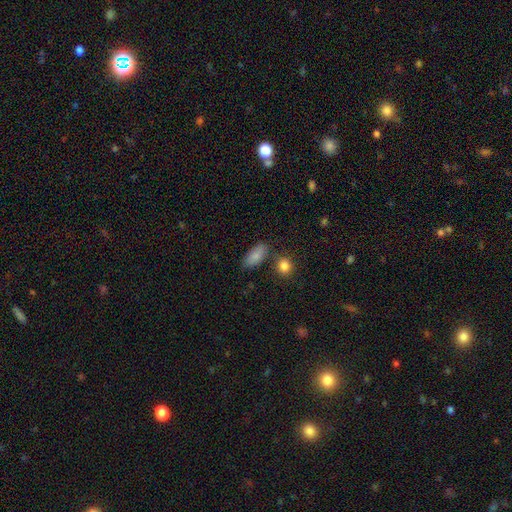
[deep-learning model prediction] Smooth or featured? Predicted: smooth (p=0.85). How rounded? Predicted: in between (p=0.87). Merging? Predicted: none (p=0.73).